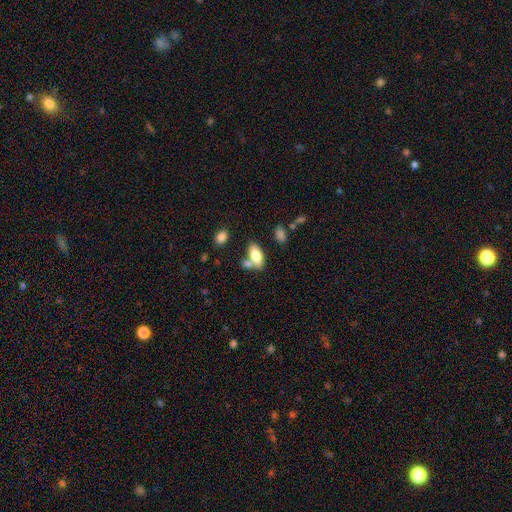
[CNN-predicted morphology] smooth 78%, featured or disk 15%, star or artifact 7%. Down the decision tree: how rounded — in between (89%); merging — none (55%).